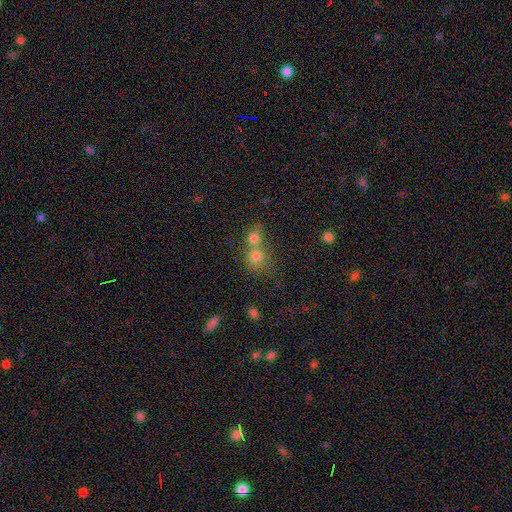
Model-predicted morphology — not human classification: Overall: smooth (74%). How rounded: round (77%). Merging: merger (57%; none 33%).